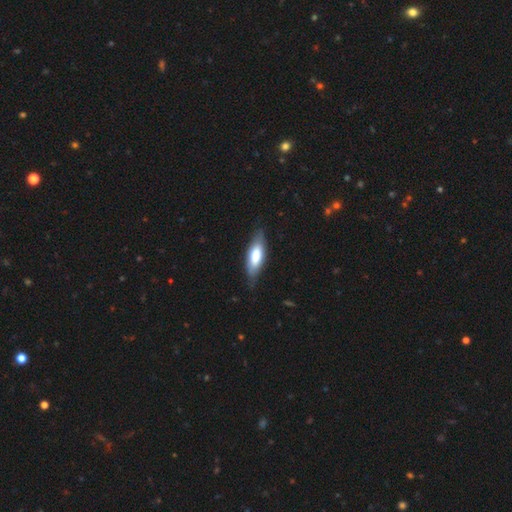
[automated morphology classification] Q: Smooth or featured?
A: smooth (64%); runner-up: featured or disk (31%)
Q: How rounded?
A: in between (61%); runner-up: cigar-shaped (38%)
Q: Merging?
A: none (78%); runner-up: minor disturbance (17%)